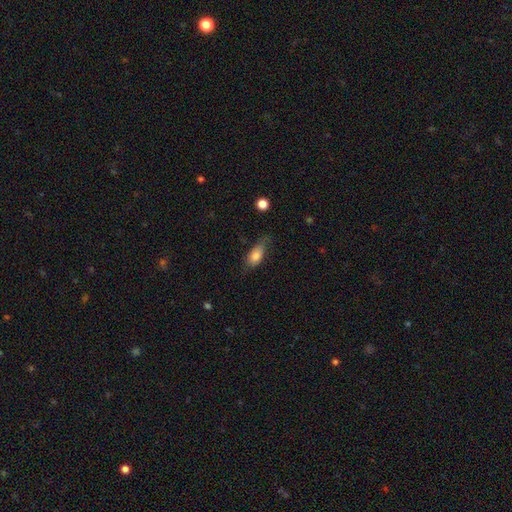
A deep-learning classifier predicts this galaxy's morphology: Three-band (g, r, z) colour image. It shows a smooth galaxy with no disk features (78%) that is in between round and cigar-shaped (81%). Merging: none (56%).